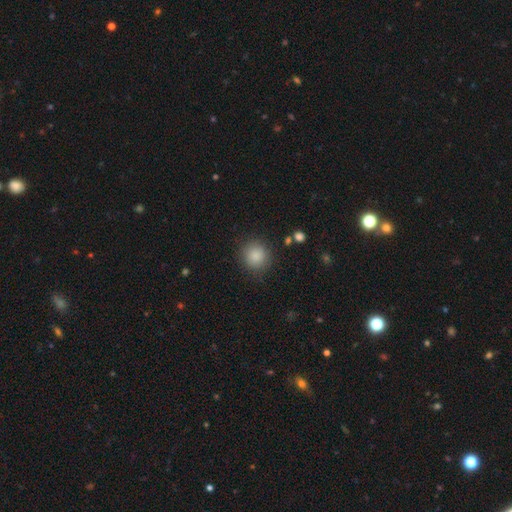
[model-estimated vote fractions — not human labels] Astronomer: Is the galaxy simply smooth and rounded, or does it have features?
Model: smooth — 87%.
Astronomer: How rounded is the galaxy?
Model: round — 92%.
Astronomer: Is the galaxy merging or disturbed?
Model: none — 87%.